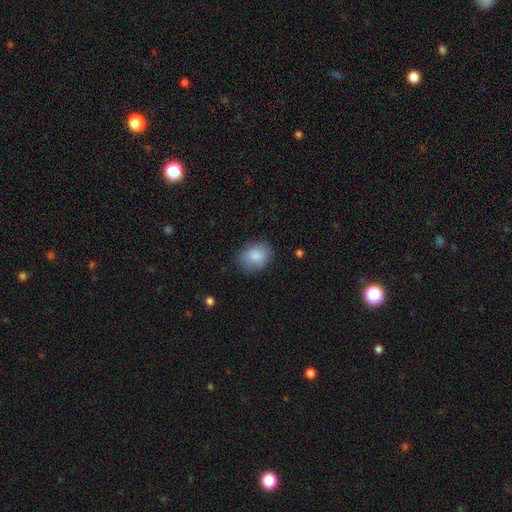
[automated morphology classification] A smooth galaxy with no disk features (85%) that is in between round and cigar-shaped (60%). Merging: none (75%).